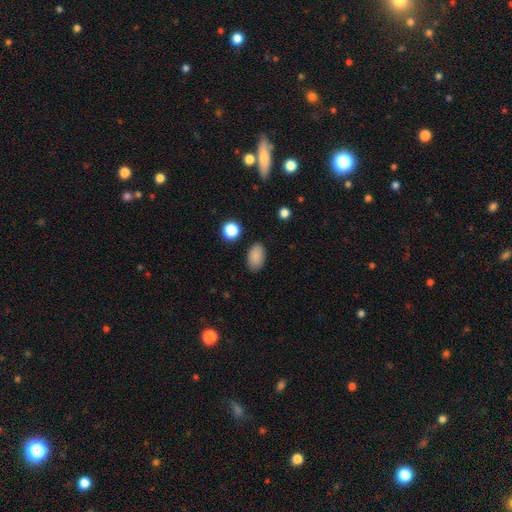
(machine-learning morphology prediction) Smooth or featured?
  - smooth: 87% *
  - star or artifact: 9%
  - featured or disk: 4%
How rounded?
  - in between: 90% *
  - round: 9%
  - cigar-shaped: 1%
Merging?
  - none: 86% *
  - minor disturbance: 10%
  - major disturbance: 3%
  - merger: 2%